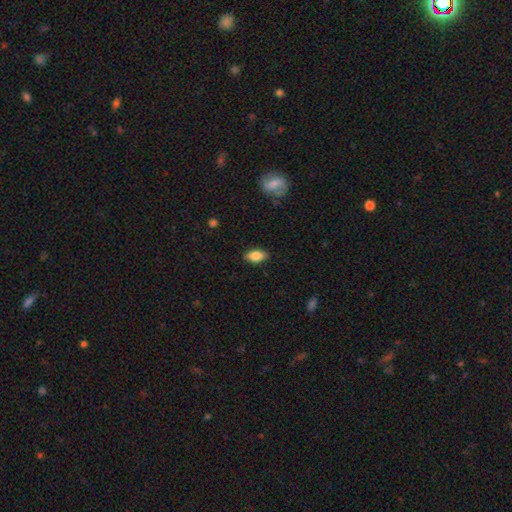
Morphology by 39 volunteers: A smooth galaxy with no disk features (85%) that is in between round and cigar-shaped (100%). Merging: none (78%).